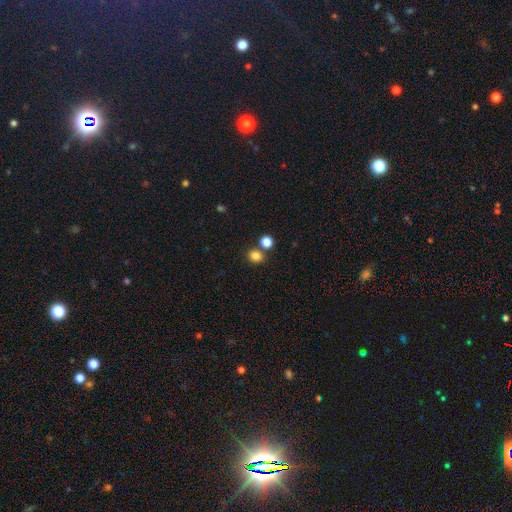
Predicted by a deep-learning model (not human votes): Q: Smooth or featured?
A: smooth (82%); runner-up: star or artifact (13%)
Q: How rounded?
A: round (77%); runner-up: in between (22%)
Q: Merging?
A: none (73%); runner-up: merger (17%)